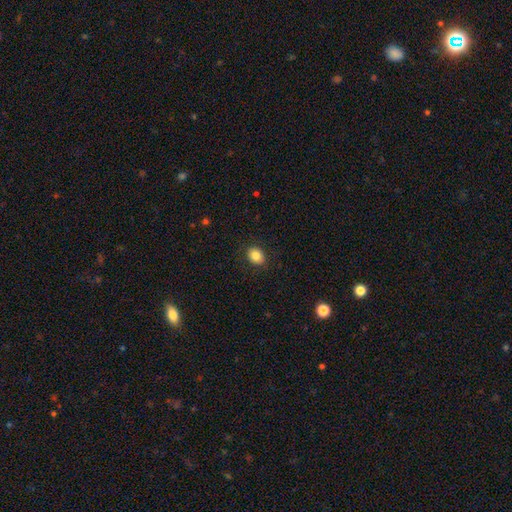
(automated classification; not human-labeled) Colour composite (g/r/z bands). It shows a smooth galaxy with no disk features (84%) that is in between round and cigar-shaped (52%). Merging: none (89%).